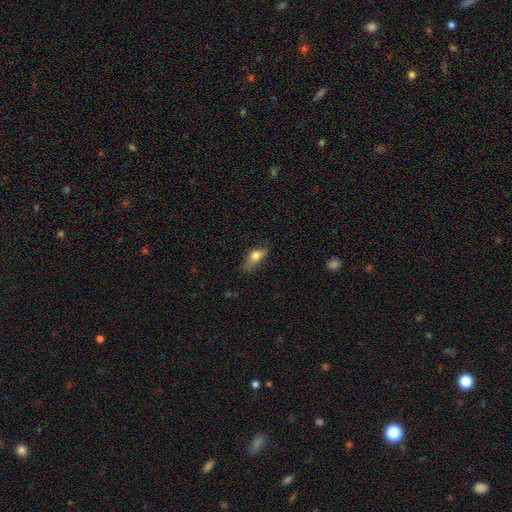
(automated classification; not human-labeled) This is likely a smooth galaxy (71%). How rounded: likely in between (74%). Merging: possibly none (45%).